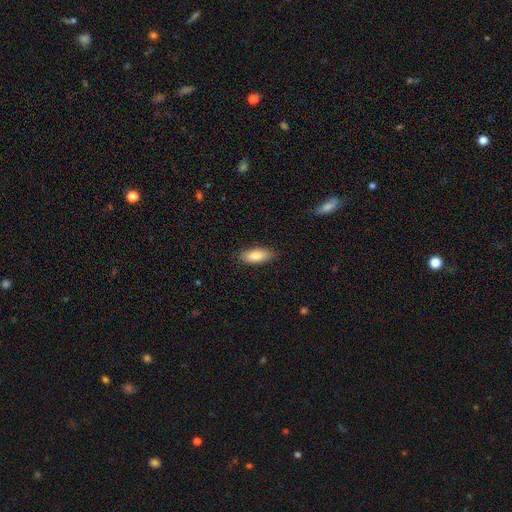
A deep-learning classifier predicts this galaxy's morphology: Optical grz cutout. It shows a smooth galaxy with no disk features (81%) that is in between round and cigar-shaped (84%). Merging: none (83%).